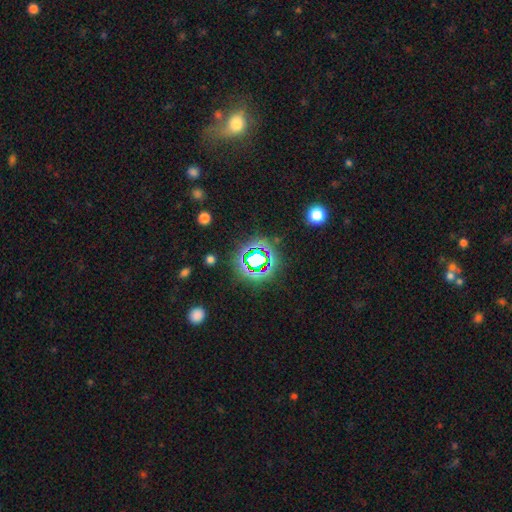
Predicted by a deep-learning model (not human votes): This appears to be a star or artifact, not a galaxy (76%).